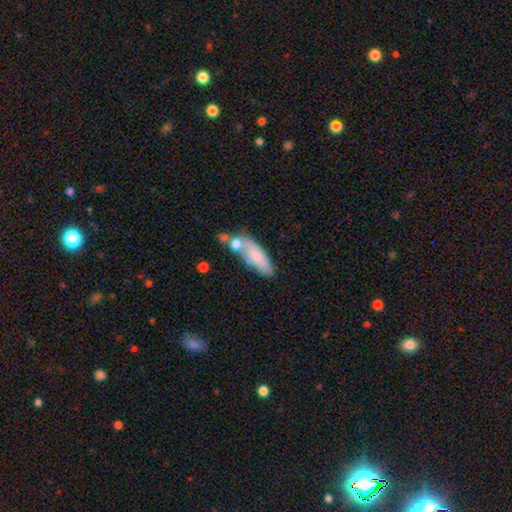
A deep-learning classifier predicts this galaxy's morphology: The model was most divided on "merging": none: 45%, merger: 25%, minor disturbance: 22%, major disturbance: 8%. More confident: smooth or featured — smooth (69%); how rounded — in between (61%).